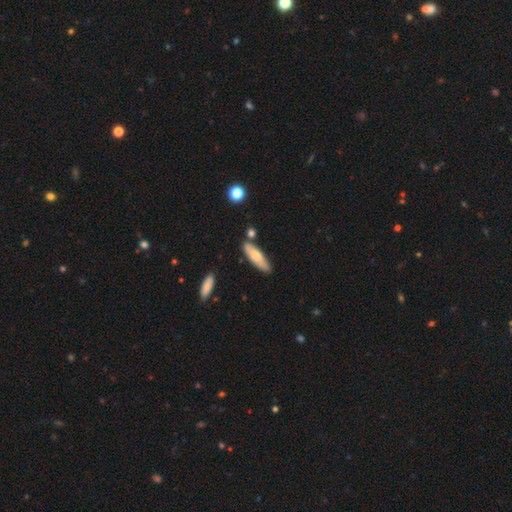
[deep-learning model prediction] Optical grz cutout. It shows a smooth galaxy with no disk features (65%) that is cigar-shaped (61%). Merging: none (77%).